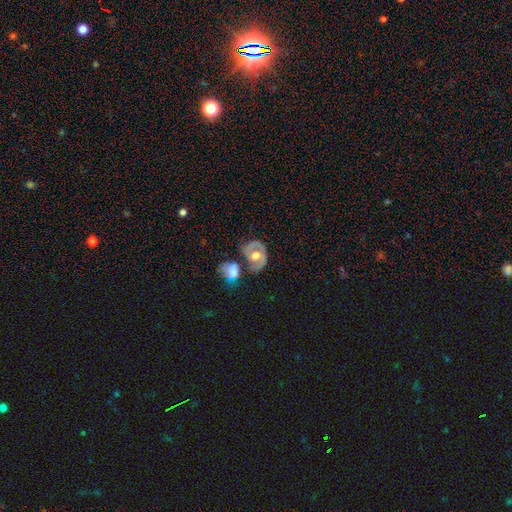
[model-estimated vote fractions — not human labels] Smooth or featured: featured or disk — 69% (smooth — 25%)
Edge-on disk: no — 97% (yes — 3%)
Bar: no — 61% (weak — 29%)
Spiral arms: yes — 70% (no — 30%)
Bulge size: moderate — 61% (large — 28%)
Merging: none — 46% (merger — 26%)